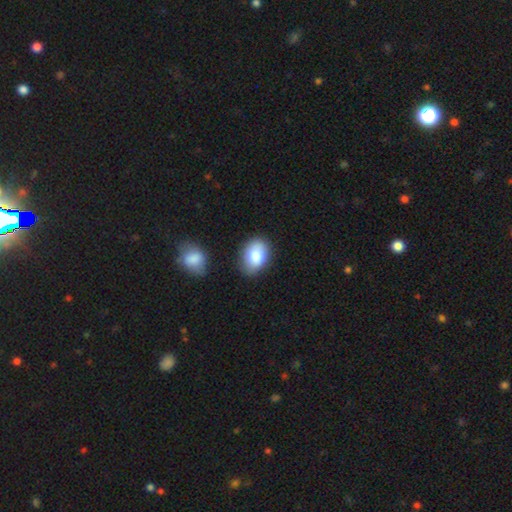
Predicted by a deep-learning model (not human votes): Smooth or featured? Predicted: smooth (p=0.82). How rounded? Predicted: in between (p=0.81). Merging? Predicted: none (p=0.79).